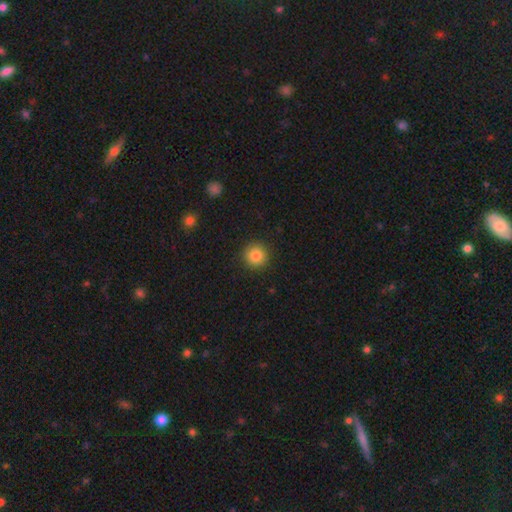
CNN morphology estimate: Smooth or featured?
  - smooth: 85% *
  - star or artifact: 10%
  - featured or disk: 5%
How rounded?
  - round: 95% *
  - in between: 5%
  - cigar-shaped: 1%
Merging?
  - none: 91% *
  - minor disturbance: 6%
  - major disturbance: 2%
  - merger: 1%